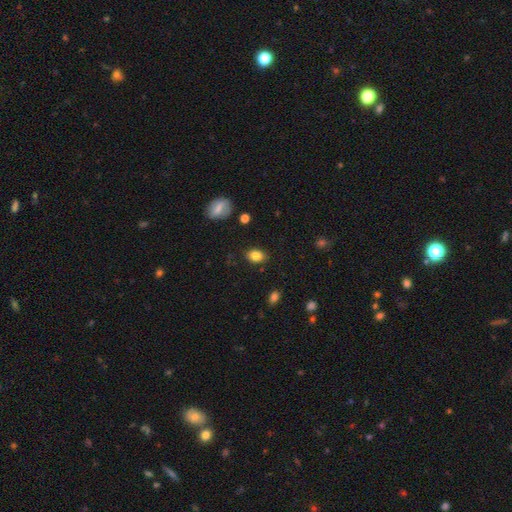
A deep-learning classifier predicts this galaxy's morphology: Smooth or featured?
  - smooth: 83% *
  - star or artifact: 9%
  - featured or disk: 7%
How rounded?
  - in between: 75% *
  - round: 24%
  - cigar-shaped: 1%
Merging?
  - none: 85% *
  - minor disturbance: 11%
  - major disturbance: 3%
  - merger: 2%